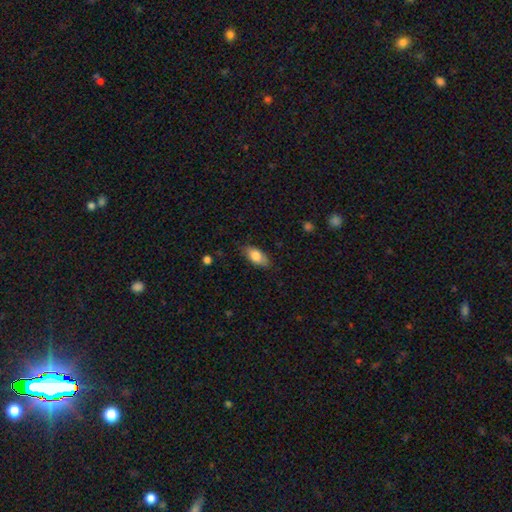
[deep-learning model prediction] Smooth or featured: smooth — 80% (featured or disk — 13%)
How rounded: in between — 88% (cigar-shaped — 9%)
Merging: none — 83% (minor disturbance — 13%)